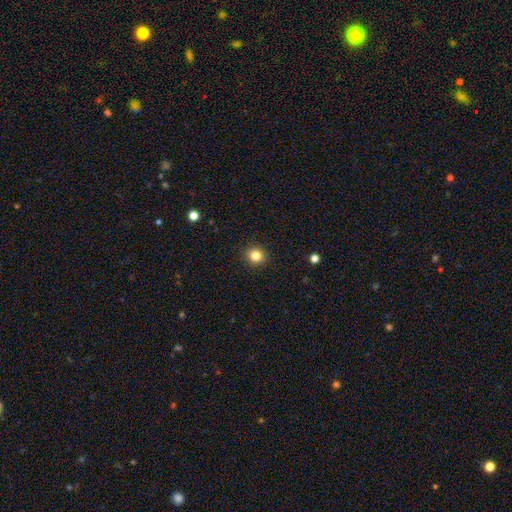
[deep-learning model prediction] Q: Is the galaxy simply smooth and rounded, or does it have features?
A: smooth — 83%.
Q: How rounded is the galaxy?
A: round — 85%.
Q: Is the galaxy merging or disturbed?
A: none — 92%.